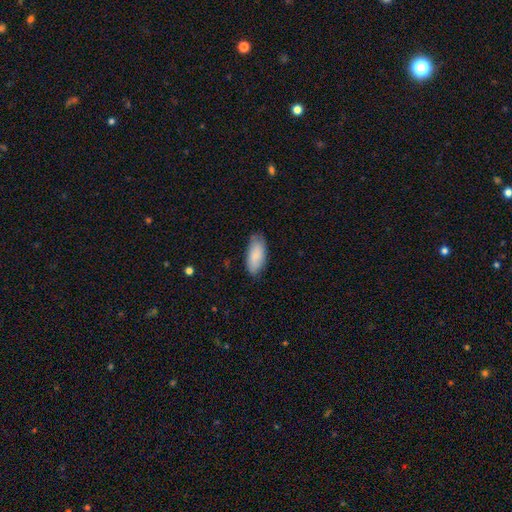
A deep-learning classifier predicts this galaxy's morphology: Smooth or featured? smooth (86%)
How rounded? in between (88%)
Merging? none (80%)